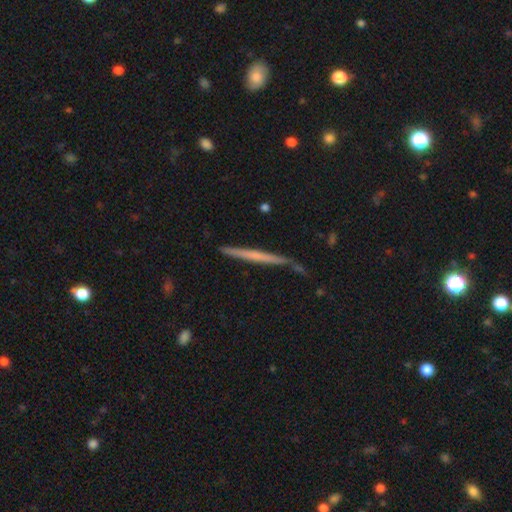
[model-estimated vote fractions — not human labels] A featured or disk galaxy (52%) viewed edge-on (97%) with no central bulge (81%).

Vote fractions:
- Smooth or featured? featured or disk: 52% / smooth: 42% / star or artifact: 6%
- Edge-on disk? yes: 97% / no: 3%
- Edge-on bulge? none: 81% / rounded: 13% / boxy: 6%
- Merging? none: 81% / minor disturbance: 14% / merger: 3% / major disturbance: 3%